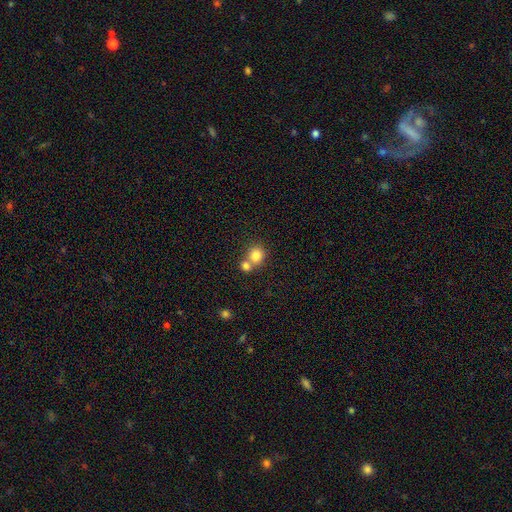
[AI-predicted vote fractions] Morphology: type=smooth (82%); roundness=round (83%); merging=none (45%, tied with merger).